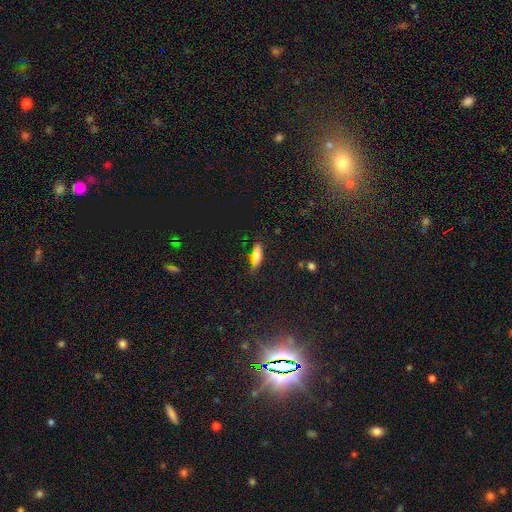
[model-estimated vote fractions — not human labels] Smooth or featured?
  - smooth: 60% *
  - featured or disk: 26%
  - star or artifact: 15%
How rounded?
  - cigar-shaped: 50% *
  - in between: 46%
  - round: 4%
Merging?
  - none: 69% *
  - minor disturbance: 21%
  - major disturbance: 7%
  - merger: 3%